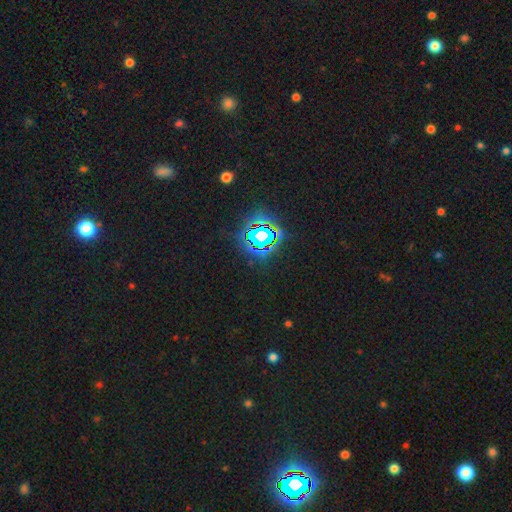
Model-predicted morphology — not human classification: smooth-or-featured: star or artifact: 82% | smooth: 12% | featured or disk: 6%